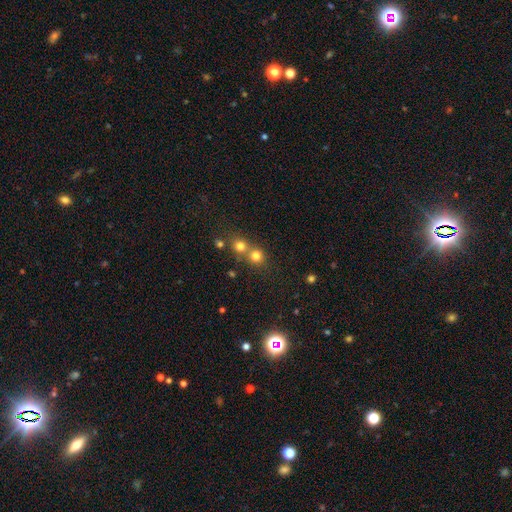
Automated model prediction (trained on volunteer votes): Smooth or featured? smooth (76%)
How rounded? round (88%)
Merging? none (47%)